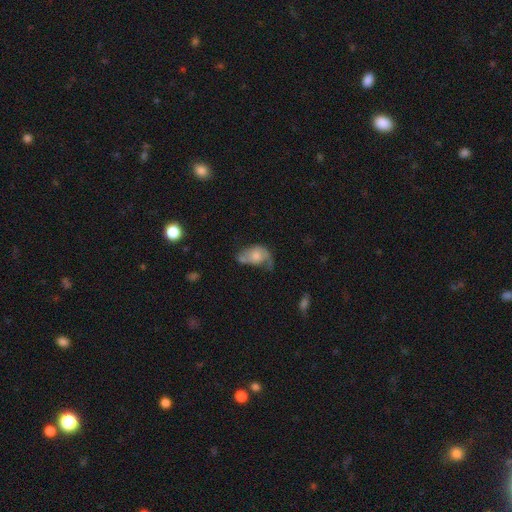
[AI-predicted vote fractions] smooth 47%, featured or disk 44%, star or artifact 9%. Down the decision tree: merging — major disturbance (36%).